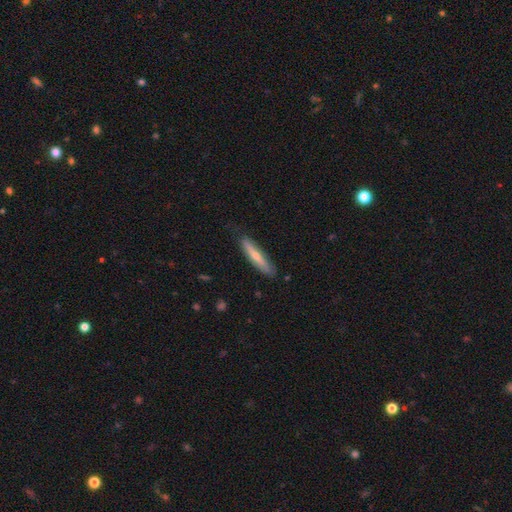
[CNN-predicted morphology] smooth_or_featured: smooth (p=0.54) [alt: featured or disk p=0.40]
how_rounded: cigar-shaped (p=0.87) [alt: in between p=0.12]
merging: none (p=0.82) [alt: minor disturbance p=0.14]